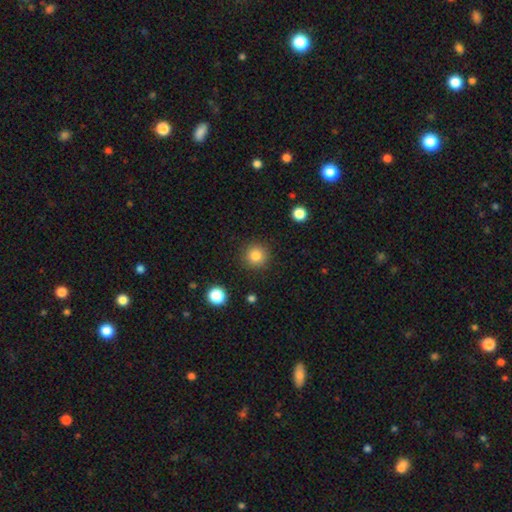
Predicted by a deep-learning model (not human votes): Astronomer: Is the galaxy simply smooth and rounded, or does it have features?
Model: smooth — 83%.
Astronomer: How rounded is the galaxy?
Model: round — 94%.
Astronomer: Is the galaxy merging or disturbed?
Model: none — 90%.